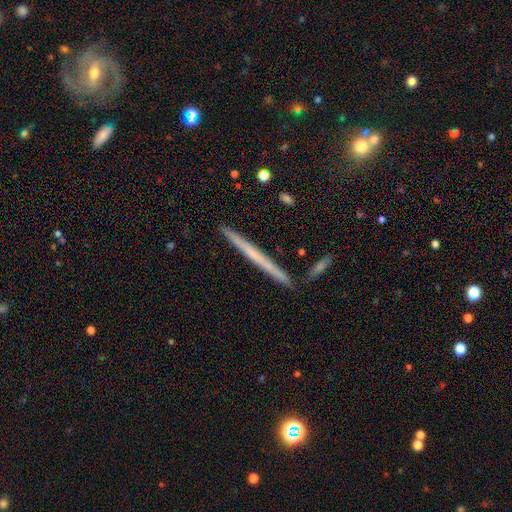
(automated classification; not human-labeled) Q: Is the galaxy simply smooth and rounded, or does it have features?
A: featured or disk — 52%.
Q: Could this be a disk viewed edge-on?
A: yes — 97%.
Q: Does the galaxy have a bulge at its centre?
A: none — 86%.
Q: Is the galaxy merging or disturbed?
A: none — 90%.